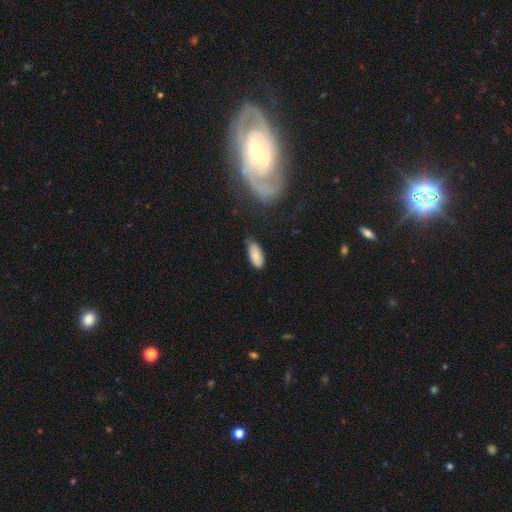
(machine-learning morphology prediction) The model was most divided on "merging": none: 62%, minor disturbance: 31%, major disturbance: 5%, merger: 2%. More confident: how rounded — in between (87%); smooth or featured — smooth (84%).